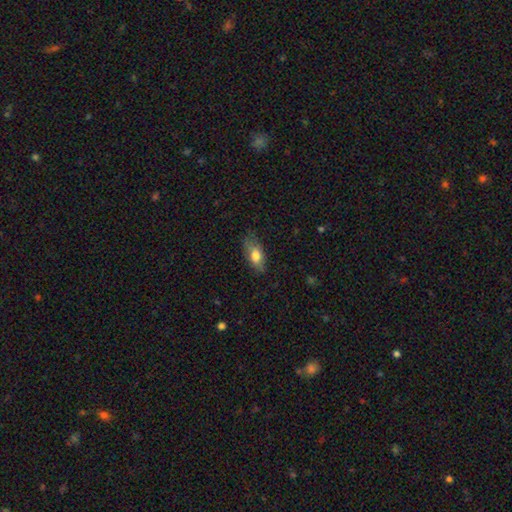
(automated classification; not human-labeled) Q: Smooth or featured?
A: smooth (75%); runner-up: featured or disk (18%)
Q: How rounded?
A: in between (84%); runner-up: cigar-shaped (10%)
Q: Merging?
A: none (66%); runner-up: minor disturbance (26%)